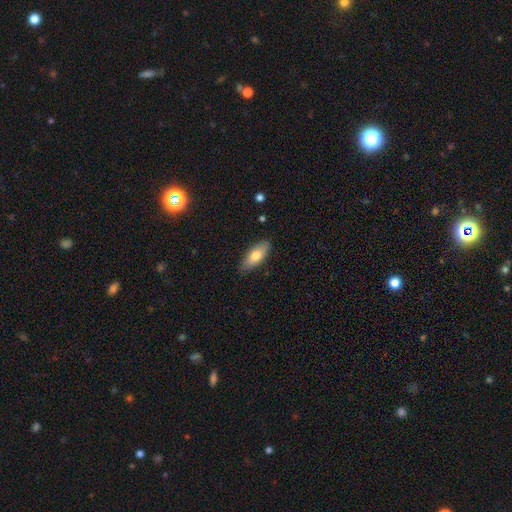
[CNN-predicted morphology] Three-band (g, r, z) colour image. It shows a smooth galaxy with no disk features (74%) that is in between round and cigar-shaped (78%). Merging: none (84%).